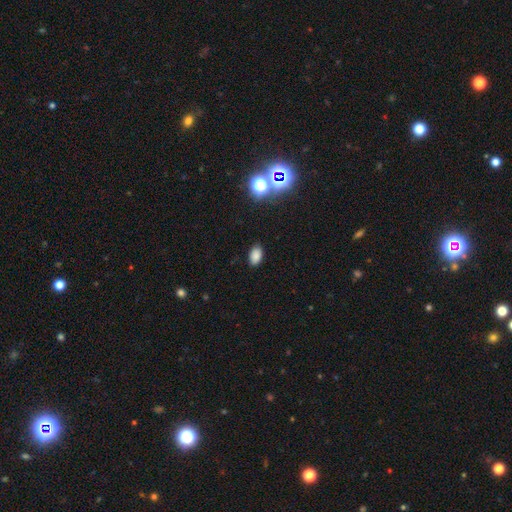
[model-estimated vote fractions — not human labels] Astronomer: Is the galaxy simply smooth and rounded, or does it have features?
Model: smooth — 82%.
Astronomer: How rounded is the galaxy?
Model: in between — 91%.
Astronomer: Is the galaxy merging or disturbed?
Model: none — 87%.